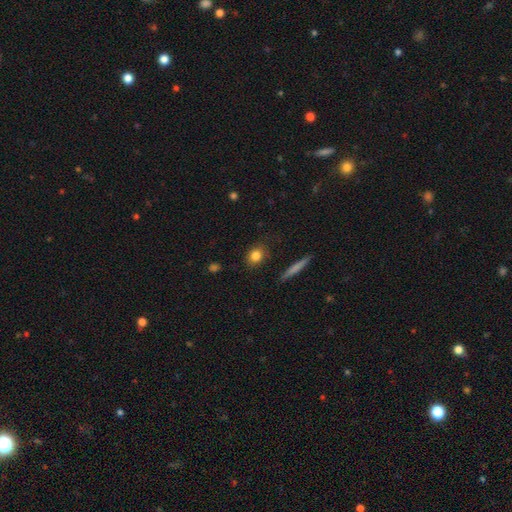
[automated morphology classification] The model was most divided on "how rounded": round: 58%, in between: 37%, cigar-shaped: 5%. More confident: merging — none (85%); smooth or featured — smooth (82%).